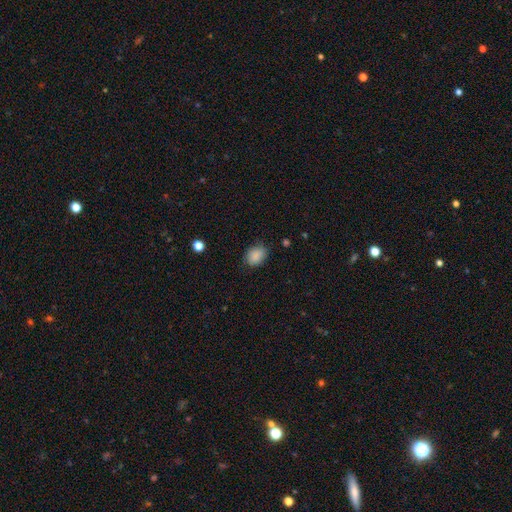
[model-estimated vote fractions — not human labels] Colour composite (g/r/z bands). It shows a smooth galaxy with no disk features (87%) that is in between round and cigar-shaped (59%). Merging: none (73%).